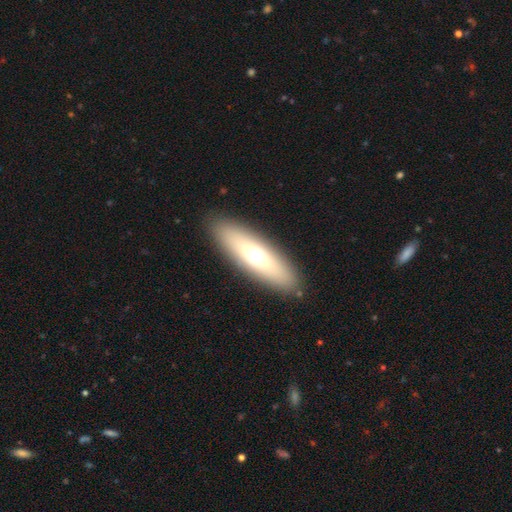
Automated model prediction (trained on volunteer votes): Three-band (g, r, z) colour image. It shows a smooth galaxy with no disk features (57%) that is cigar-shaped (53%). Merging: none (89%).